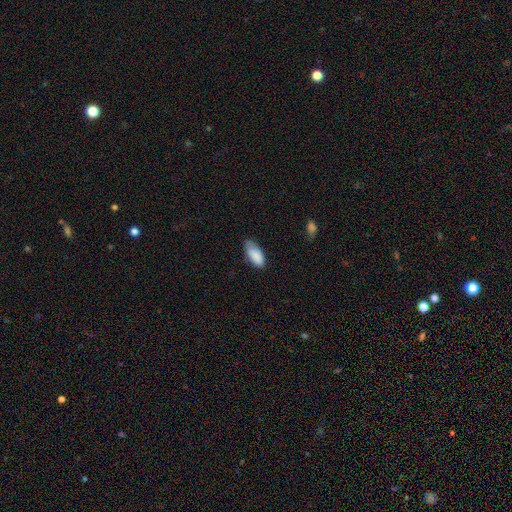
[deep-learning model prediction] Morphology: type=smooth (86%); roundness=in between (89%); merging=none (57%).